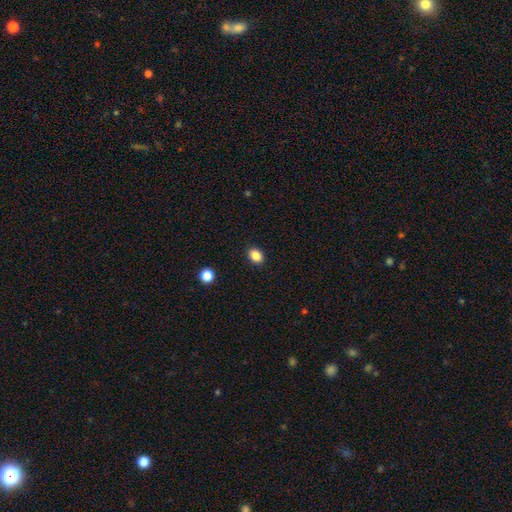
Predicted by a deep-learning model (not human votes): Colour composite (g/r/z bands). It shows a smooth galaxy with no disk features (87%) that is in between round and cigar-shaped (71%). Merging: none (90%).